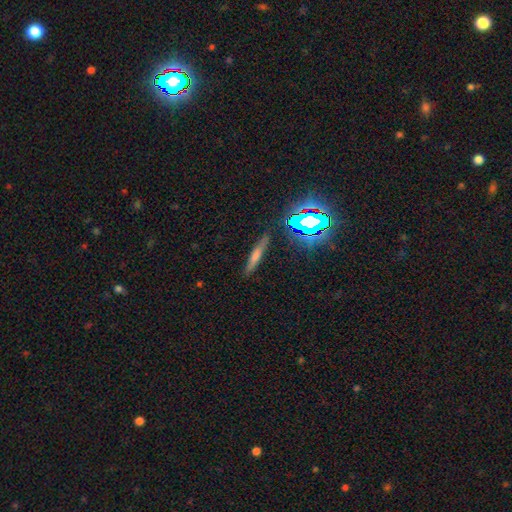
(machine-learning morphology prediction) smooth 47%, featured or disk 32%, star or artifact 20%. Down the decision tree: merging — none (86%).